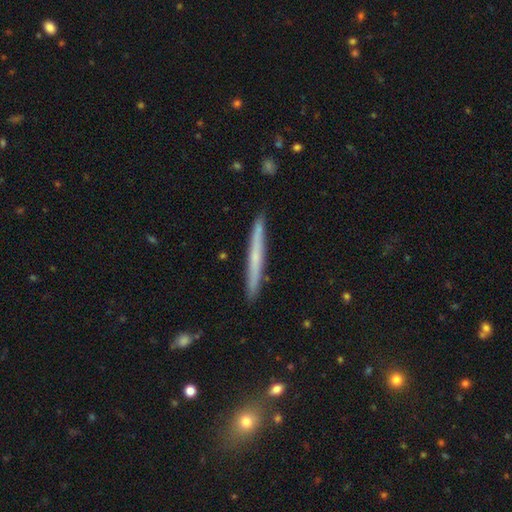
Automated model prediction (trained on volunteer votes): This appears to be a featured or disk galaxy (49%). Merging: none (91%).